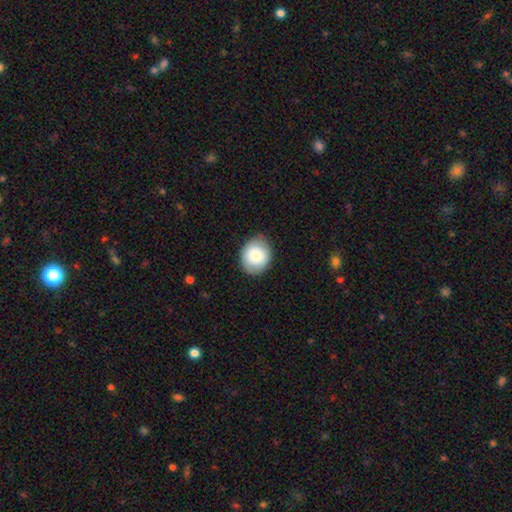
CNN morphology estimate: type=smooth (79%); roundness=round (68%); merging=none (84%).